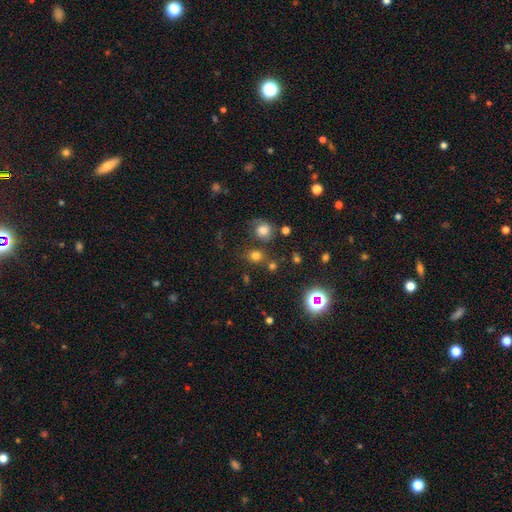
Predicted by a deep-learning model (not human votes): Smooth or featured? smooth (73%)
How rounded? round (75%)
Merging? none (73%)